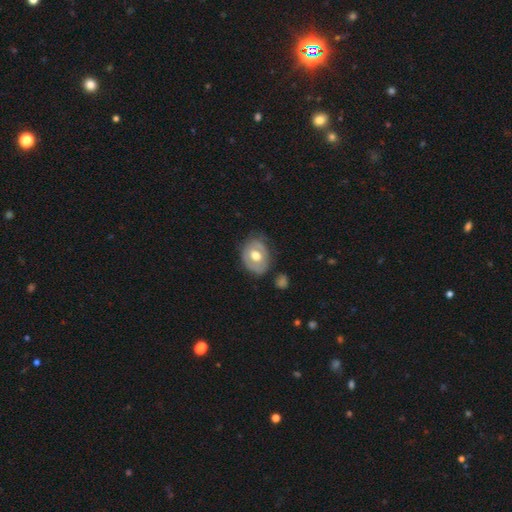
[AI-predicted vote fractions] A featured or disk galaxy (52%). Merging: none (66%).